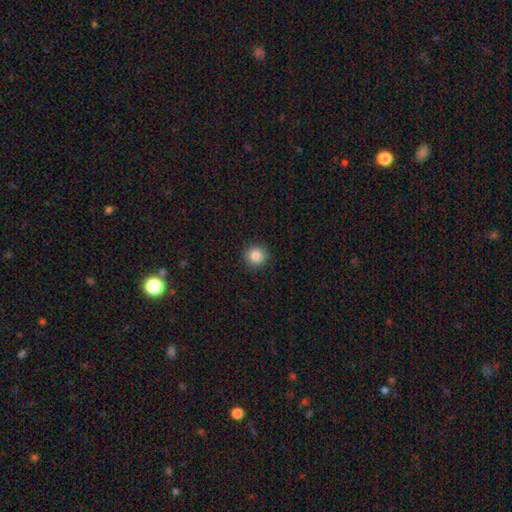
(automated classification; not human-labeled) Smooth or featured? Predicted: smooth (p=0.85). How rounded? Predicted: round (p=0.94). Merging? Predicted: none (p=0.92).